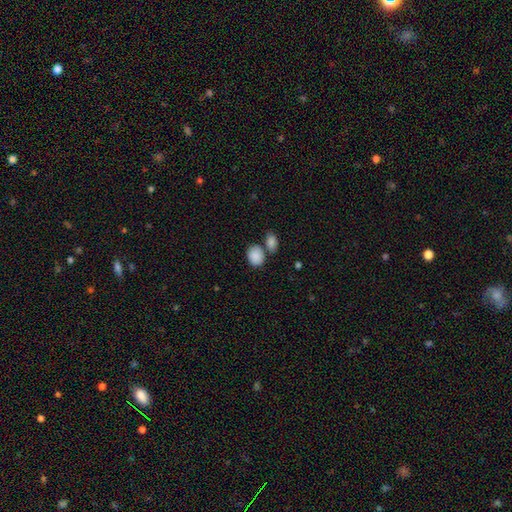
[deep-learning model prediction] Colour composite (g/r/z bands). It shows a smooth galaxy with no disk features (88%) that is in between round and cigar-shaped (56%). Merging: none (56%).